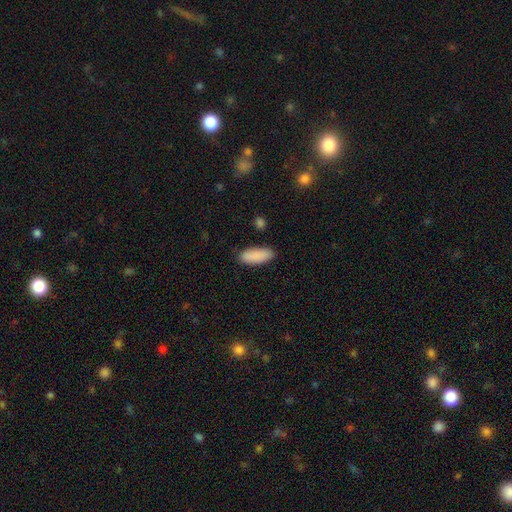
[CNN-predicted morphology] smooth 90%, star or artifact 6%, featured or disk 4%. Down the decision tree: how rounded — in between (72%); merging — none (85%).